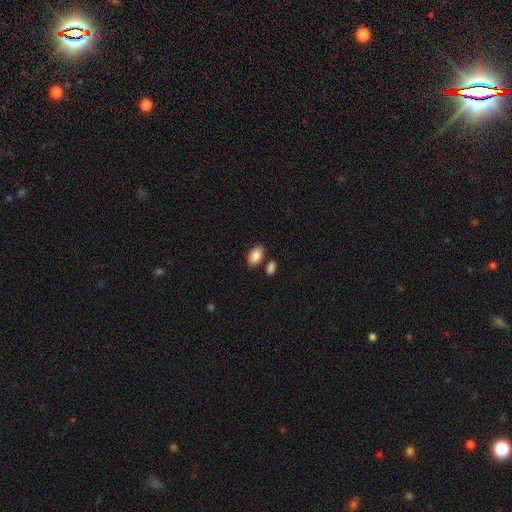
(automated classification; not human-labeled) Smooth or featured?
  - smooth: 87% *
  - star or artifact: 7%
  - featured or disk: 6%
How rounded?
  - in between: 90% *
  - round: 9%
  - cigar-shaped: 1%
Merging?
  - none: 76% *
  - minor disturbance: 11%
  - merger: 10%
  - major disturbance: 3%